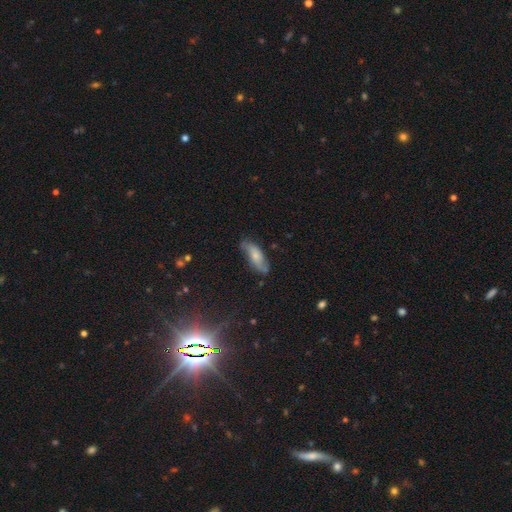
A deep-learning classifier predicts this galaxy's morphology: smooth-or-featured: smooth: 50% | featured or disk: 43% | star or artifact: 7%
  merging: none: 69% | minor disturbance: 23% | major disturbance: 6% | merger: 2%